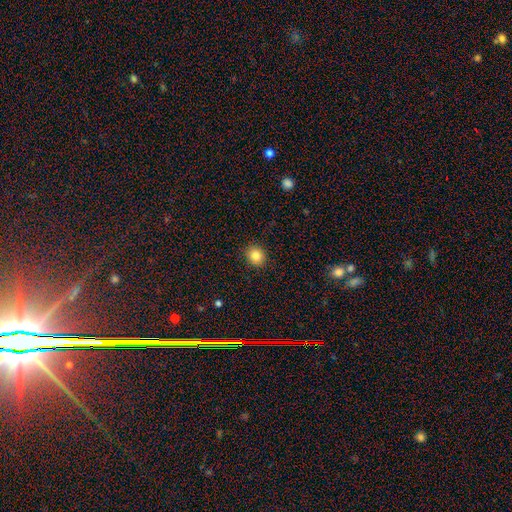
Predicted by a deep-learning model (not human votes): smooth-or-featured: smooth: 84% | star or artifact: 11% | featured or disk: 6%
  how-rounded: round: 80% | in between: 19% | cigar-shaped: 1%
  merging: none: 90% | minor disturbance: 7% | major disturbance: 2% | merger: 1%